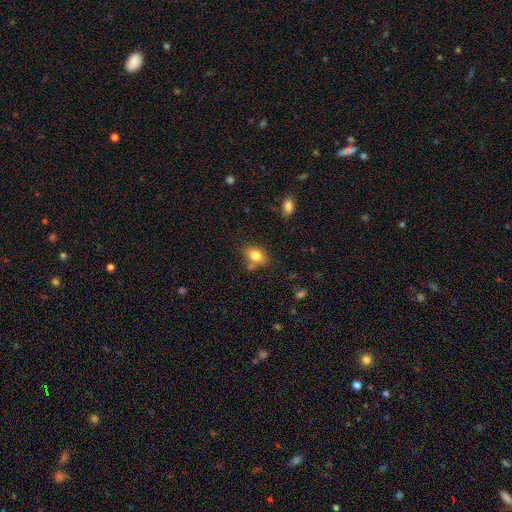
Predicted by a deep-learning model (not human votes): Overall: smooth (80%). How rounded: in between (74%). Merging: none (66%).